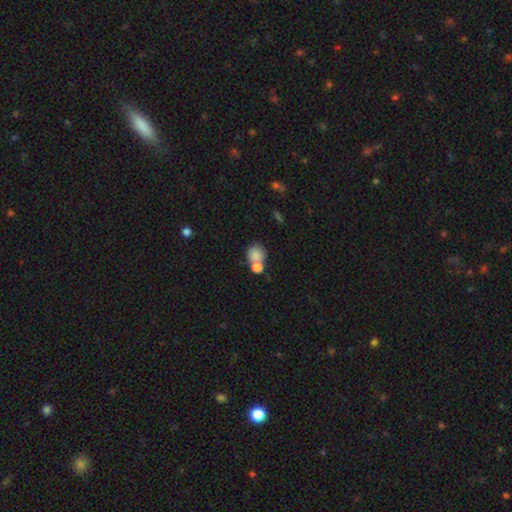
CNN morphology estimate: Q: Smooth or featured?
A: smooth (82%); runner-up: star or artifact (9%)
Q: How rounded?
A: round (72%); runner-up: in between (26%)
Q: Merging?
A: merger (45%); runner-up: none (40%)